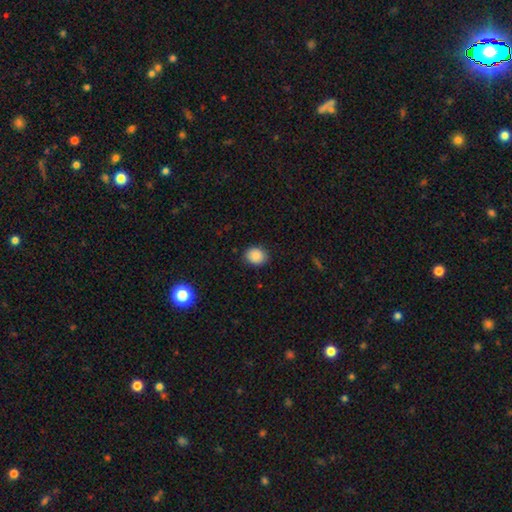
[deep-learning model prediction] A smooth galaxy with no disk features (88%) that is round (58%).

Vote fractions:
- Smooth or featured? smooth: 88% / star or artifact: 9% / featured or disk: 4%
- How rounded? round: 58% / in between: 41% / cigar-shaped: 1%
- Merging? none: 86% / minor disturbance: 10% / major disturbance: 3% / merger: 1%